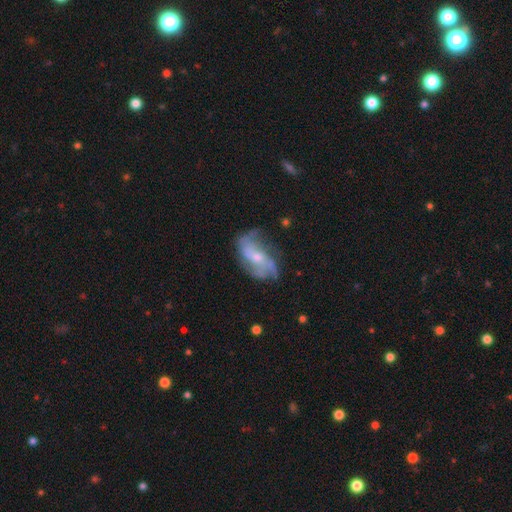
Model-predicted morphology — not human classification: Smooth or featured?
  - featured or disk: 77% *
  - smooth: 15%
  - star or artifact: 8%
Edge-on disk?
  - no: 95% *
  - yes: 5%
Bar?
  - no: 63% *
  - weak: 29%
  - strong: 8%
Spiral arms?
  - yes: 89% *
  - no: 11%
Spiral winding?
  - loose: 41% *
  - medium: 39%
  - tight: 20%
Spiral arm count?
  - 2: 33% *
  - can't tell: 25%
  - 3: 22%
  - 4: 11%
  - 1: 5%
  - more than 4: 5%
Bulge size?
  - small: 59% *
  - moderate: 35%
  - none: 3%
  - large: 2%
  - dominant: 1%
Merging?
  - none: 59% *
  - minor disturbance: 24%
  - major disturbance: 15%
  - merger: 2%